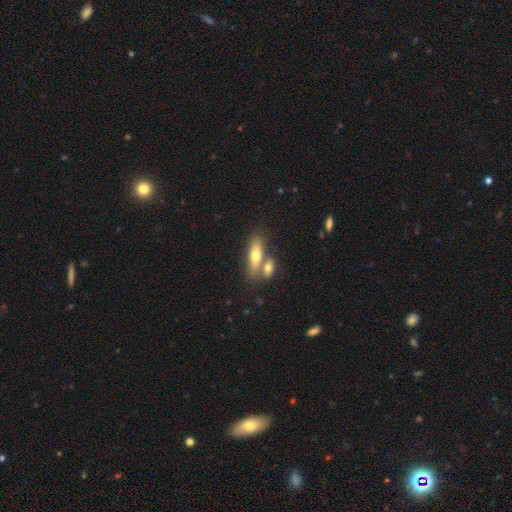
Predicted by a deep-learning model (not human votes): This is likely a smooth galaxy (66%). How rounded: possibly in between (58%). Merging: possibly none (47%).